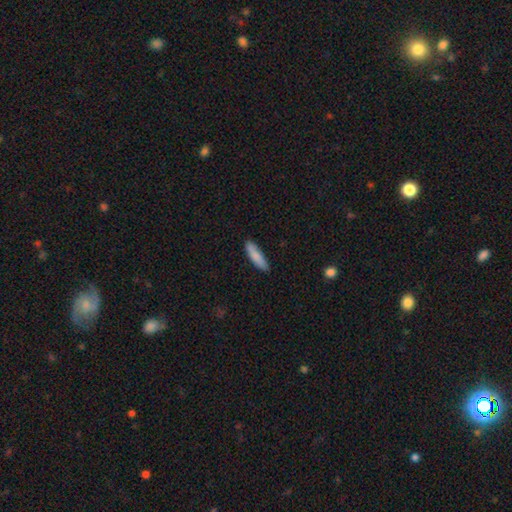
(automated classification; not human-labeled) Smooth or featured?
  - smooth: 85% *
  - featured or disk: 9%
  - star or artifact: 6%
How rounded?
  - cigar-shaped: 64% *
  - in between: 34%
  - round: 2%
Merging?
  - none: 84% *
  - minor disturbance: 13%
  - major disturbance: 2%
  - merger: 1%